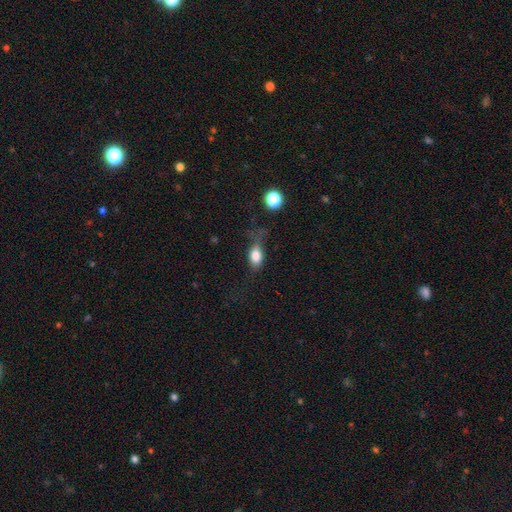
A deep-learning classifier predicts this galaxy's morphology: A smooth galaxy with no disk features (78%) that is in between round and cigar-shaped (79%). Merging: none (38%).